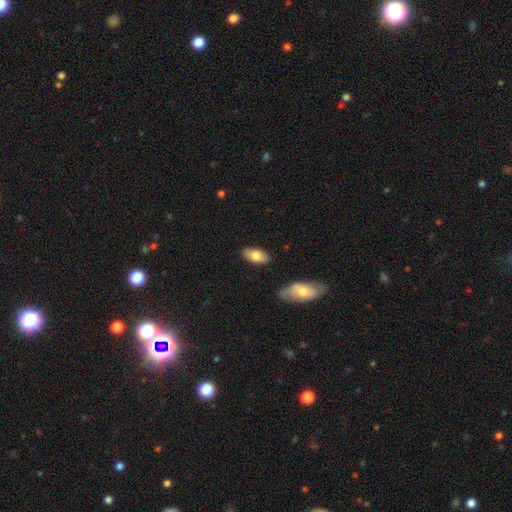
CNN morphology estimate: A smooth galaxy with no disk features (75%) that is in between round and cigar-shaped (91%).

Vote fractions:
- Smooth or featured? smooth: 75% / featured or disk: 18% / star or artifact: 6%
- How rounded? in between: 91% / cigar-shaped: 6% / round: 3%
- Merging? none: 85% / minor disturbance: 11% / merger: 2% / major disturbance: 2%